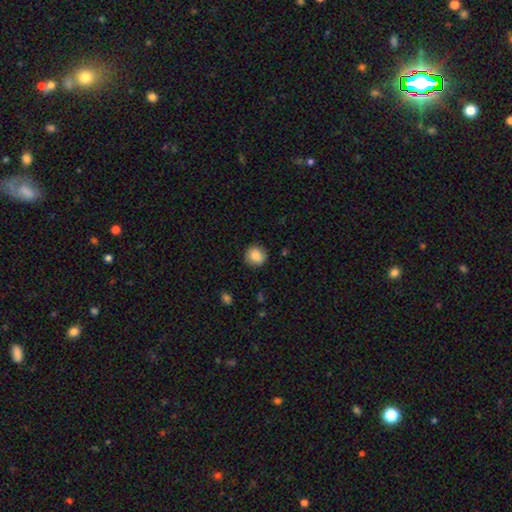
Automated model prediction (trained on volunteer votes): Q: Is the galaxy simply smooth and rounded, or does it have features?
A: smooth — 87%.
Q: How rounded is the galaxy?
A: round — 88%.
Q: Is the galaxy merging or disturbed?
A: none — 88%.